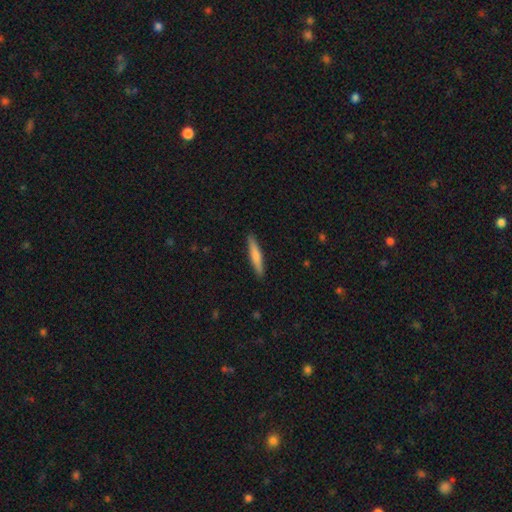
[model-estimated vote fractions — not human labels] smooth-or-featured: smooth: 70% | featured or disk: 25% | star or artifact: 5%
  how-rounded: cigar-shaped: 91% | in between: 7% | round: 1%
  merging: none: 91% | minor disturbance: 6% | major disturbance: 1% | merger: 1%